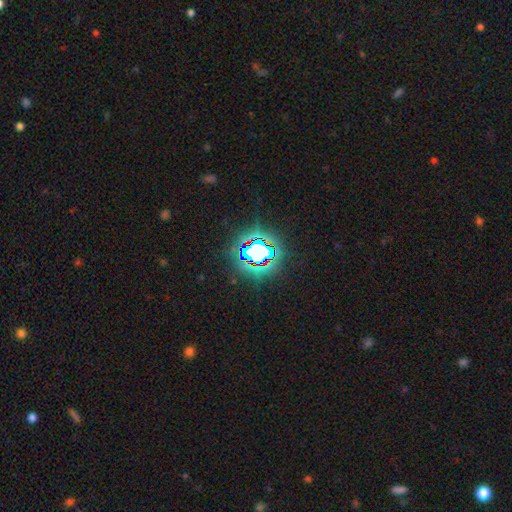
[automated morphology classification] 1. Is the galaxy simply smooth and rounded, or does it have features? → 72% star or artifact, 16% smooth, 12% featured or disk.